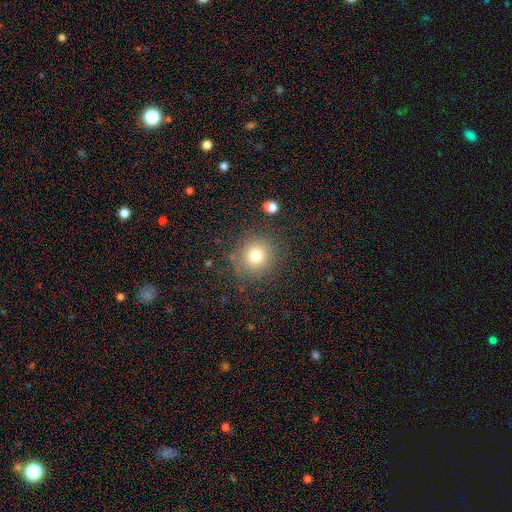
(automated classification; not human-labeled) Morphology: type=smooth (76%); roundness=round (93%); merging=none (85%).